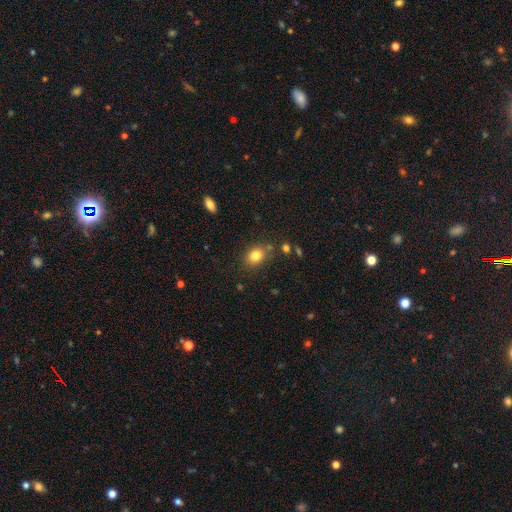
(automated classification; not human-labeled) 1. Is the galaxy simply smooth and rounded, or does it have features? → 81% smooth, 11% star or artifact, 8% featured or disk.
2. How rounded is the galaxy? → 52% in between, 47% round, 1% cigar-shaped.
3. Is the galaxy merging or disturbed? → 77% none, 13% minor disturbance, 6% merger, 4% major disturbance.